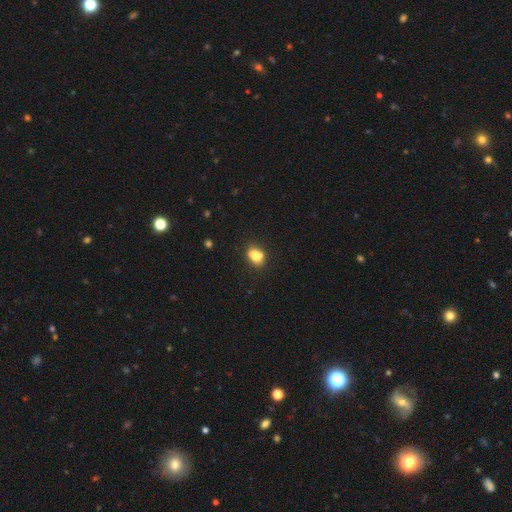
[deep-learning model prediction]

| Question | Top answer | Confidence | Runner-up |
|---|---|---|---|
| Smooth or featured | smooth | 75% | featured or disk (15%) |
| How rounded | in between | 62% | round (36%) |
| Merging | none | 54% | merger (26%) |